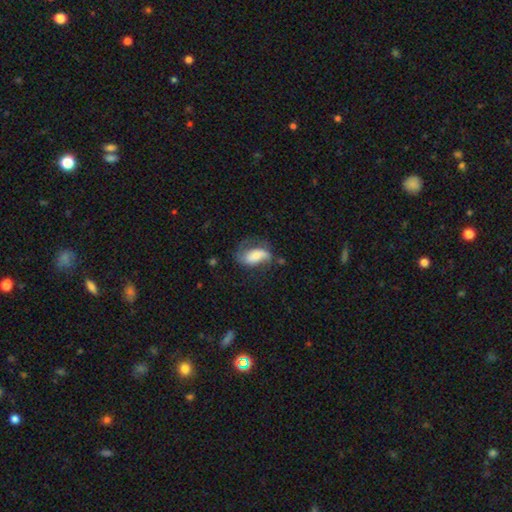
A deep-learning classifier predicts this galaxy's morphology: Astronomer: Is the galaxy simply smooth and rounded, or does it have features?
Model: featured or disk — 51% (runner-up: smooth, 41%).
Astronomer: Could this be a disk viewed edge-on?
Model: no — 94%.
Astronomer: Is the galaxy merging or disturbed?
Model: none — 47% (runner-up: minor disturbance, 26%).